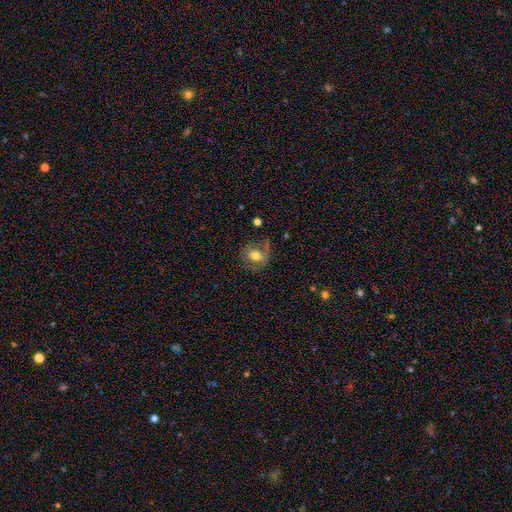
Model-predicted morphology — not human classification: This is possibly a smooth galaxy (53%). How rounded: possibly round (55%). Merging: likely none (61%).